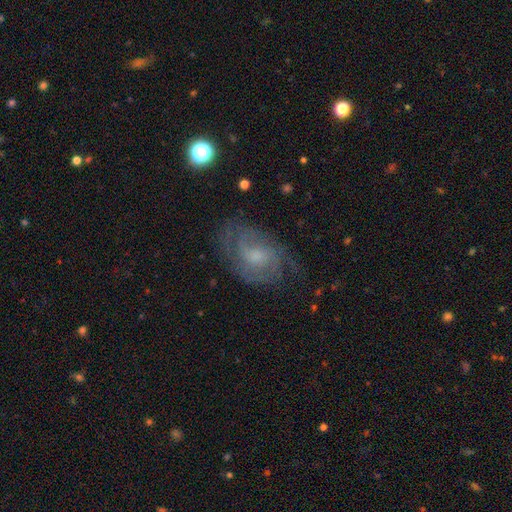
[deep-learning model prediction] Overall: featured or disk (72%). Edge-on disk: no (96%). Bar: no (57%; weak 38%). Spiral arms: yes (90%). Spiral arm count: 2 (41%; can't tell 32%). Spiral winding: medium (44%; tight 41%). Bulge size: moderate (41%; small 40%). Merging: none (67%).